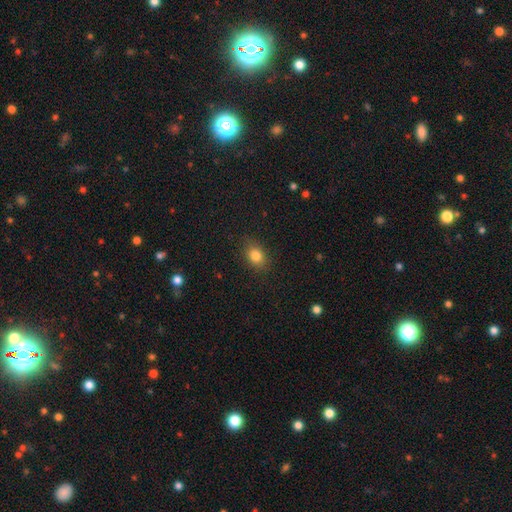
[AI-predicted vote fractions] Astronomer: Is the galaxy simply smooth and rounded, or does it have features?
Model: smooth — 82%.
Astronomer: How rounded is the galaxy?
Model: in between — 64%.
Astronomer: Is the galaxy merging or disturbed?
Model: none — 85%.